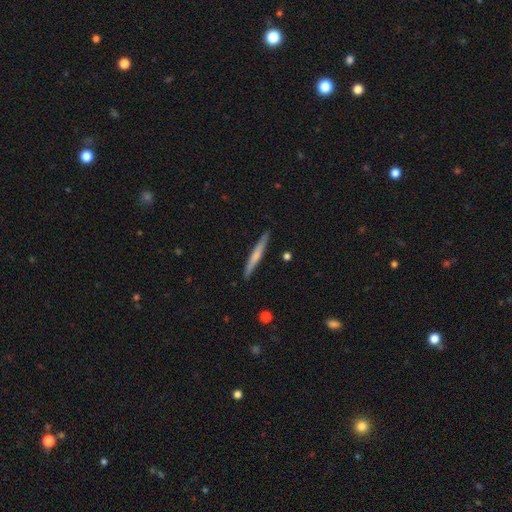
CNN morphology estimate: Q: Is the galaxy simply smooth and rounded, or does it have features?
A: smooth — 51%.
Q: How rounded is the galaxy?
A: cigar-shaped — 96%.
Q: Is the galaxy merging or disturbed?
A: none — 90%.